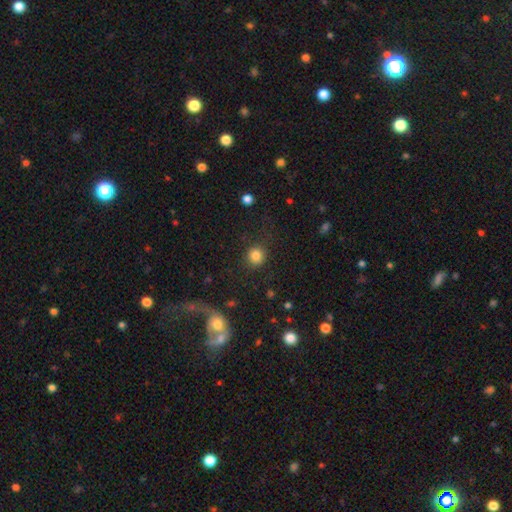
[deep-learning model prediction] Q: Smooth or featured?
A: smooth (84%); runner-up: star or artifact (10%)
Q: How rounded?
A: round (89%); runner-up: in between (9%)
Q: Merging?
A: none (83%); runner-up: minor disturbance (9%)